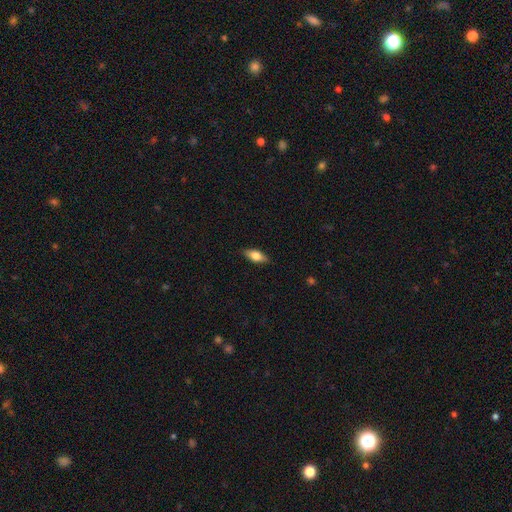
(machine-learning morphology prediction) Smooth or featured?
  - smooth: 72% *
  - featured or disk: 21%
  - star or artifact: 7%
How rounded?
  - in between: 82% *
  - cigar-shaped: 14%
  - round: 3%
Merging?
  - none: 86% *
  - minor disturbance: 11%
  - major disturbance: 2%
  - merger: 1%